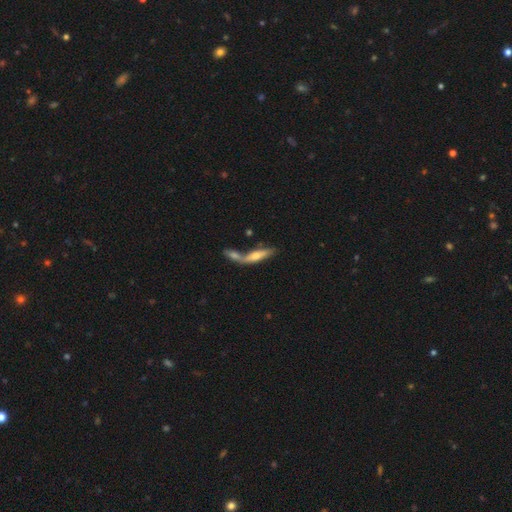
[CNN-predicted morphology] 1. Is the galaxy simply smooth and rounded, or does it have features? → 48% featured or disk, 45% smooth, 8% star or artifact.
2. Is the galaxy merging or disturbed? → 53% merger, 33% none, 9% minor disturbance, 6% major disturbance.